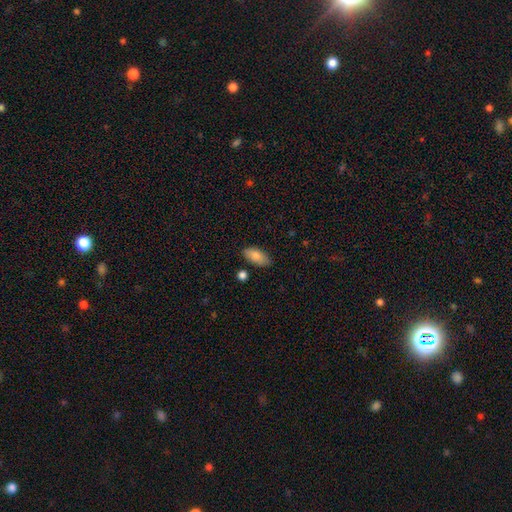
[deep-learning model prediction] smooth-or-featured: smooth: 83% | featured or disk: 10% | star or artifact: 7%
  how-rounded: in between: 90% | cigar-shaped: 7% | round: 3%
  merging: none: 82% | minor disturbance: 13% | merger: 3% | major disturbance: 3%